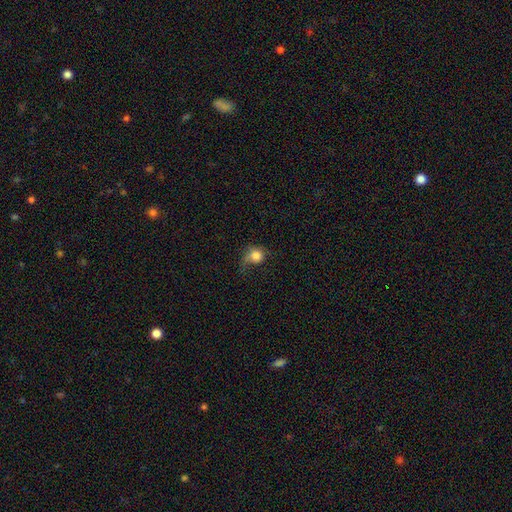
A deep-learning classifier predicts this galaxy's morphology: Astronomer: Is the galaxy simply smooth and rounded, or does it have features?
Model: smooth — 77%.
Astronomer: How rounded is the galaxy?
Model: round — 76%.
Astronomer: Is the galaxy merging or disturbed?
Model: none — 37% (runner-up: major disturbance, 31%).